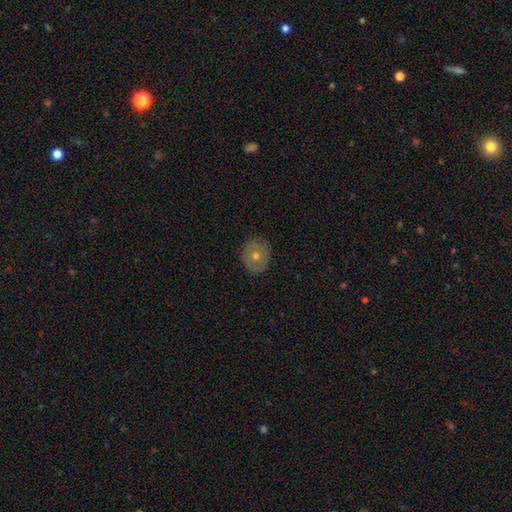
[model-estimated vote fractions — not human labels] smooth 47%, featured or disk 43%, star or artifact 10%. Down the decision tree: merging — none (85%).